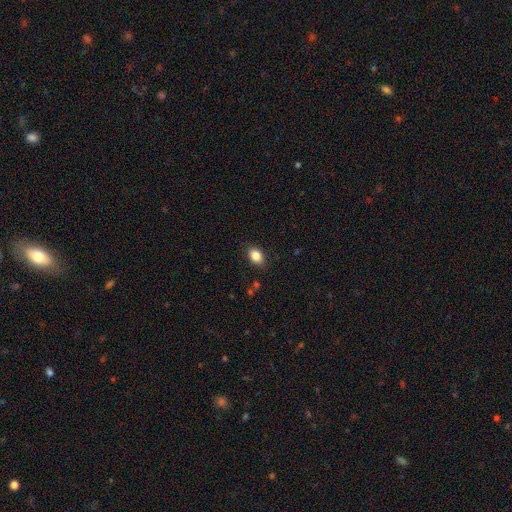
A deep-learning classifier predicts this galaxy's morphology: This appears to be a smooth galaxy with no disk features (85%) that is in between round and cigar-shaped (78%). Merging: none (85%).